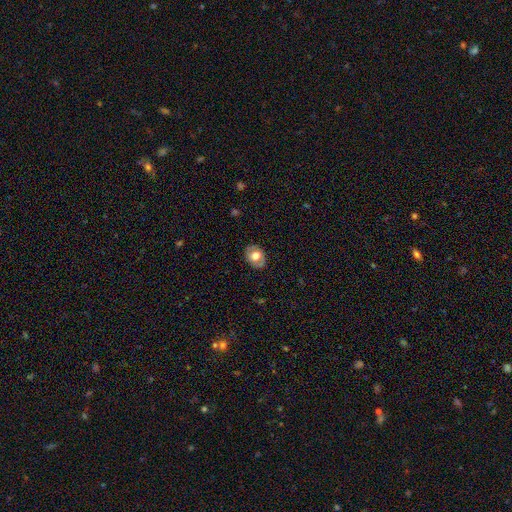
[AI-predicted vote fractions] smooth_or_featured: smooth (p=0.56) [alt: featured or disk p=0.37]
how_rounded: in between (p=0.60) [alt: round p=0.39]
merging: none (p=0.82) [alt: minor disturbance p=0.13]